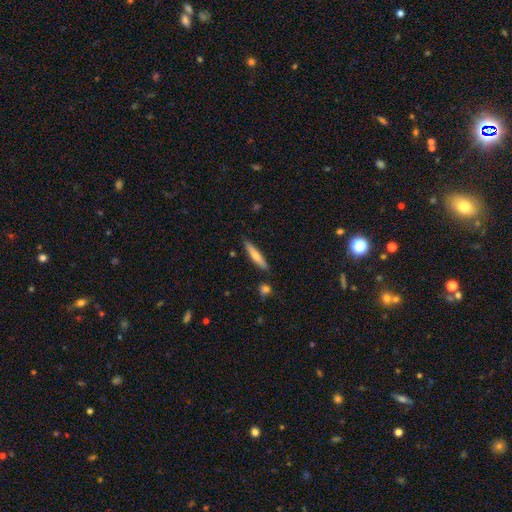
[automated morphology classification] The model was most divided on "smooth or featured": smooth: 63%, featured or disk: 31%, star or artifact: 6%. More confident: how rounded — cigar-shaped (88%); merging — none (86%).